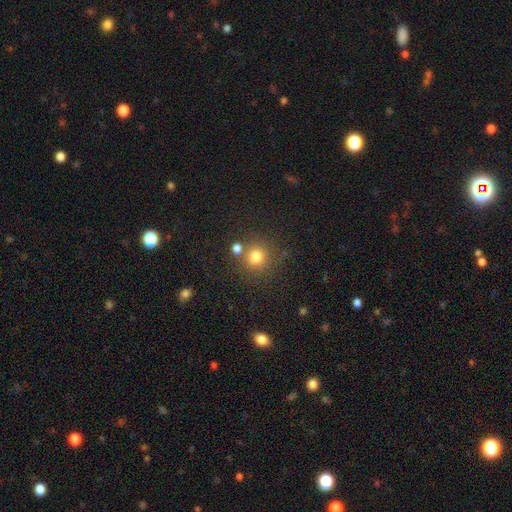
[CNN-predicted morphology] smooth_or_featured: smooth (p=0.77) [alt: star or artifact p=0.15]
how_rounded: round (p=0.92) [alt: in between p=0.07]
merging: none (p=0.77) [alt: merger p=0.11]